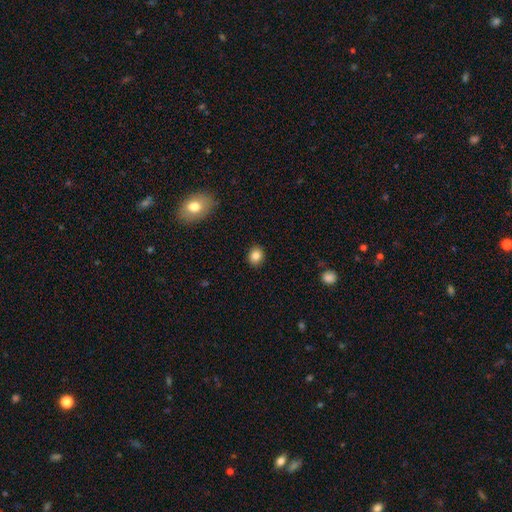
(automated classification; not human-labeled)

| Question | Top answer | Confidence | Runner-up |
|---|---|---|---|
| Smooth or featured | smooth | 84% | star or artifact (10%) |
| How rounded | round | 66% | in between (33%) |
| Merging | none | 90% | minor disturbance (7%) |